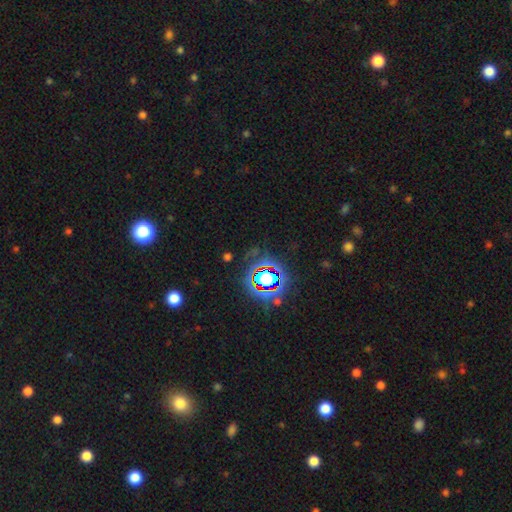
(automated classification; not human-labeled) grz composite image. It shows a star or artifact, not a galaxy (78%).